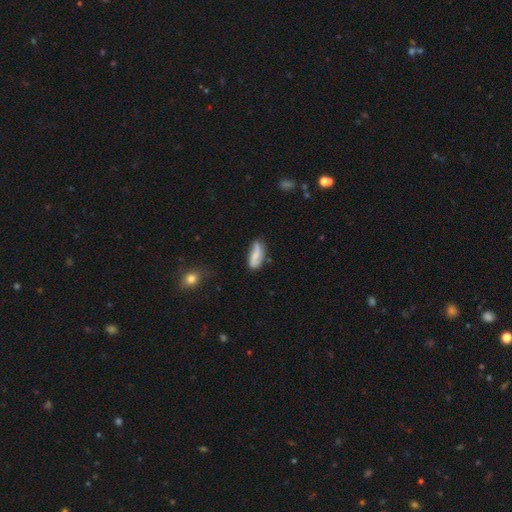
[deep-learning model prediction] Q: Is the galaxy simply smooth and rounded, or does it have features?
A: featured or disk — 46%, tied with smooth.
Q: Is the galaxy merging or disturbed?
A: none — 61%.